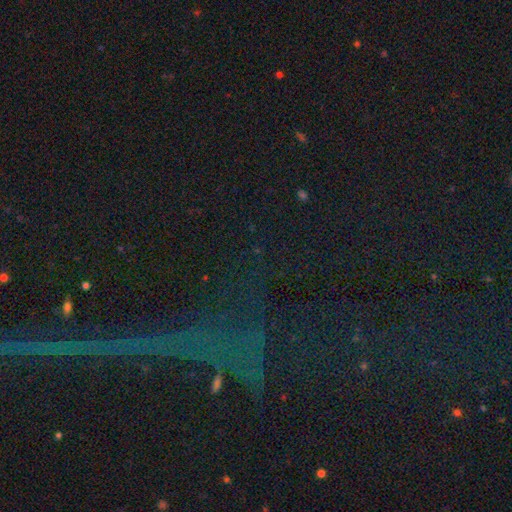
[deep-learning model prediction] This is likely a star or artifact rather than a galaxy (79%).